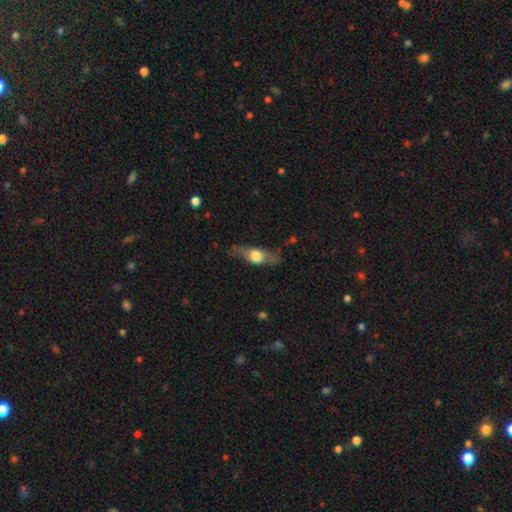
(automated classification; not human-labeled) Smooth or featured: smooth — 52% (featured or disk — 42%)
How rounded: in between — 57% (cigar-shaped — 33%)
Merging: none — 67% (minor disturbance — 22%)